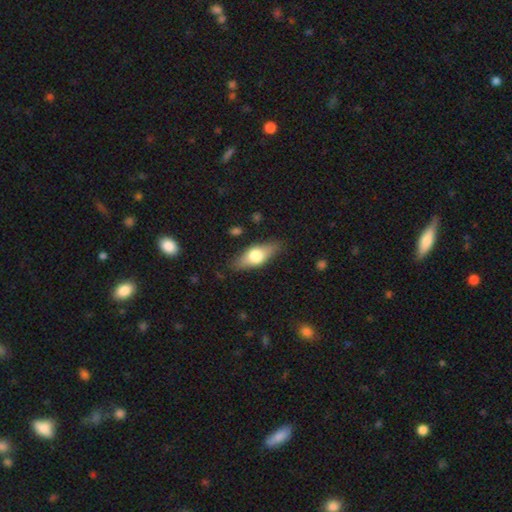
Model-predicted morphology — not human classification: Q: Smooth or featured?
A: smooth (56%); runner-up: featured or disk (37%)
Q: How rounded?
A: in between (72%); runner-up: cigar-shaped (23%)
Q: Merging?
A: none (81%); runner-up: minor disturbance (14%)